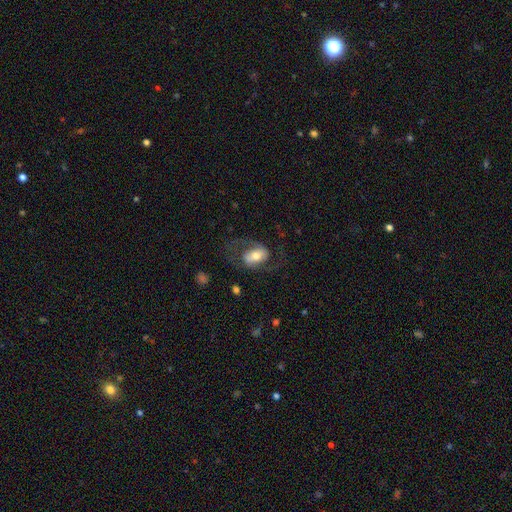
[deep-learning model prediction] featured or disk 67%, smooth 26%, star or artifact 7%. Down the decision tree: edge-on disk — no (96%); bar — weak (39%); spiral arms — yes (88%); spiral arm count — 2 (89%); spiral winding — medium (48%); bulge size — moderate (60%); merging — none (61%).